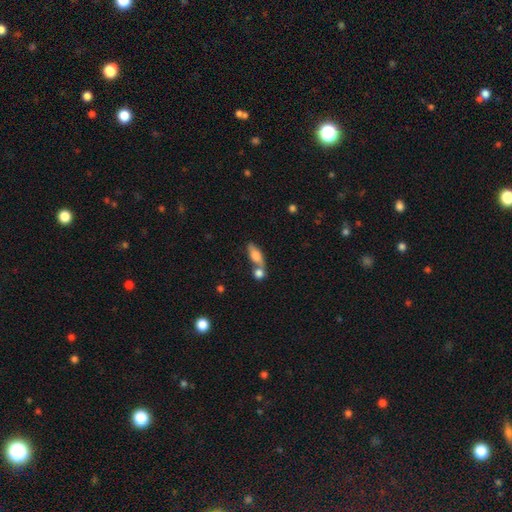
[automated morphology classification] Smooth or featured? smooth (71%)
How rounded? in between (68%)
Merging? merger (43%)